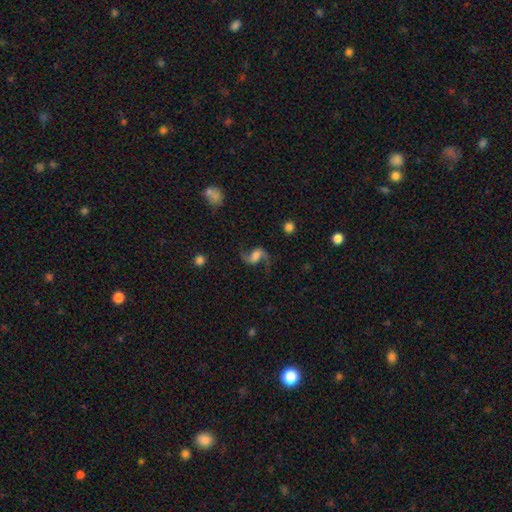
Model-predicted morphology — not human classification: smooth_or_featured: featured or disk (p=0.84) [alt: smooth p=0.09]
disk_edge_on: no (p=0.97) [alt: yes p=0.03]
bar: weak (p=0.44) [alt: no p=0.32]
has_spiral_arms: yes (p=0.97) [alt: no p=0.03]
spiral_winding: loose (p=0.78) [alt: medium p=0.18]
spiral_arm_count: 2 (p=0.94) [alt: 1 p=0.02]
bulge_size: moderate (p=0.32) [alt: large p=0.23]
merging: none (p=0.75) [alt: minor disturbance p=0.13]